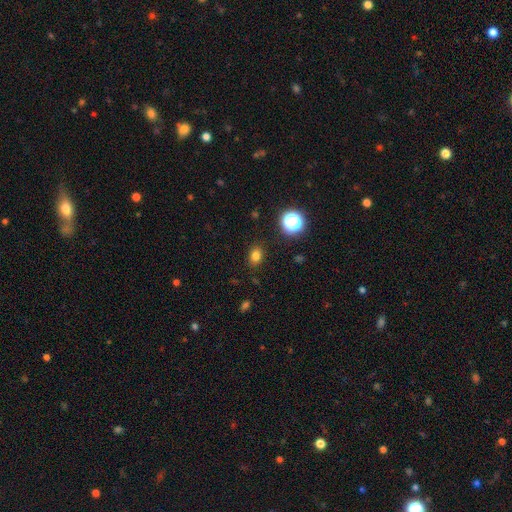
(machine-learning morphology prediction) Smooth or featured? Predicted: smooth (p=0.79). How rounded? Predicted: in between (p=0.55). Merging? Predicted: none (p=0.87).